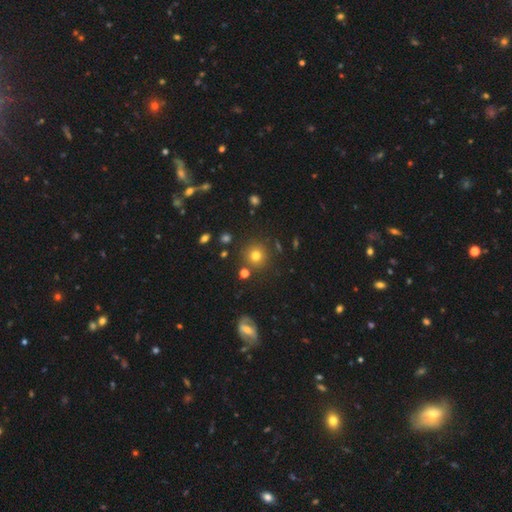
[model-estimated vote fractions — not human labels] Smooth or featured?
  - smooth: 75% *
  - star or artifact: 16%
  - featured or disk: 9%
How rounded?
  - round: 93% *
  - in between: 6%
  - cigar-shaped: 1%
Merging?
  - none: 84% *
  - minor disturbance: 8%
  - merger: 5%
  - major disturbance: 3%